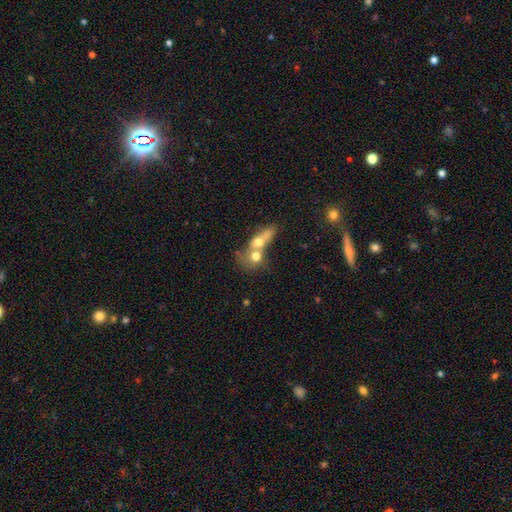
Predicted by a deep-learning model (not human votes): Smooth or featured: smooth — 62% (featured or disk — 28%)
How rounded: round — 52% (in between — 39%)
Merging: merger — 72% (none — 17%)